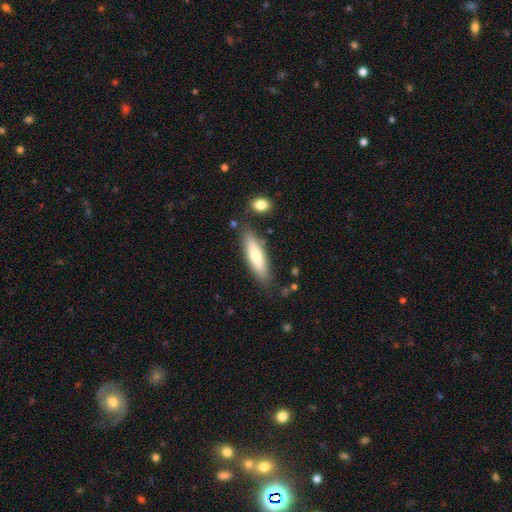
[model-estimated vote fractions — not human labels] Q: Smooth or featured?
A: smooth (64%); runner-up: featured or disk (30%)
Q: How rounded?
A: cigar-shaped (66%); runner-up: in between (33%)
Q: Merging?
A: none (80%); runner-up: minor disturbance (13%)